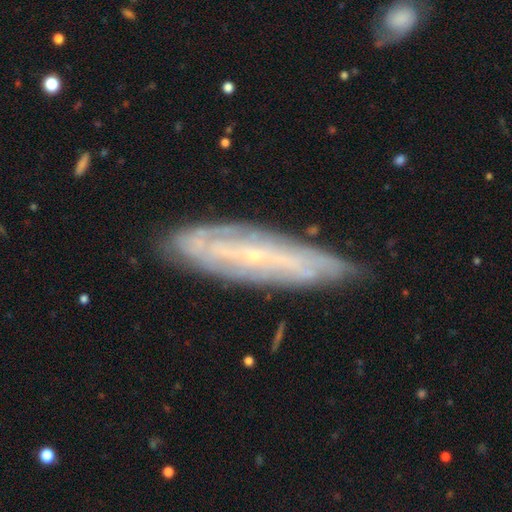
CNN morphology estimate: Smooth or featured: featured or disk — 78% (smooth — 14%)
Edge-on disk: no — 68% (yes — 32%)
Bar: no — 51% (weak — 31%)
Spiral arms: yes — 88% (no — 12%)
Bulge size: small — 85% (moderate — 10%)
Merging: none — 81% (minor disturbance — 15%)